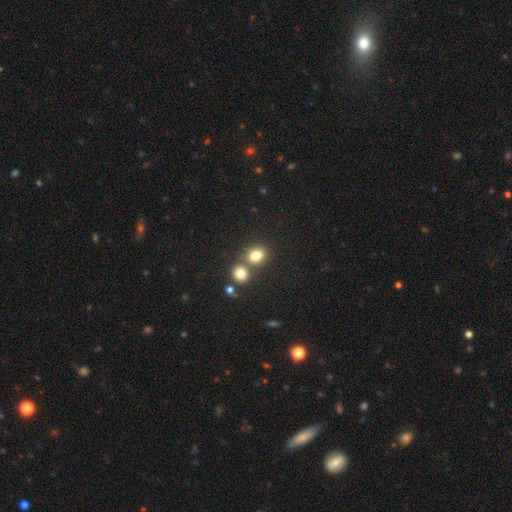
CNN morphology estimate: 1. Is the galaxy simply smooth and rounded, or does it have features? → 79% smooth, 13% star or artifact, 8% featured or disk.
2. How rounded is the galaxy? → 54% round, 45% in between, 1% cigar-shaped.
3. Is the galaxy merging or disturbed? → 53% none, 35% merger, 9% minor disturbance, 3% major disturbance.